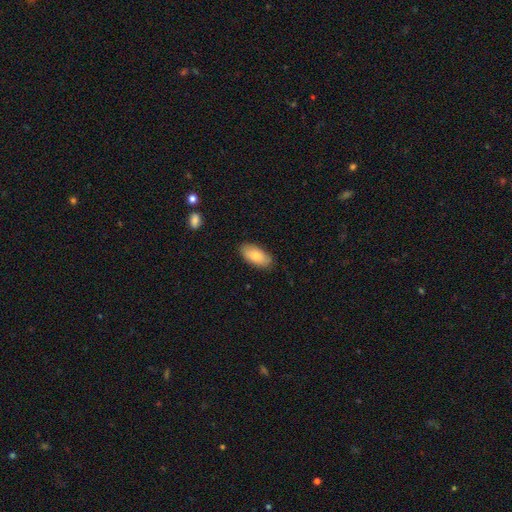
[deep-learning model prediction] Overall: smooth (80%). How rounded: in between (92%). Merging: none (85%).